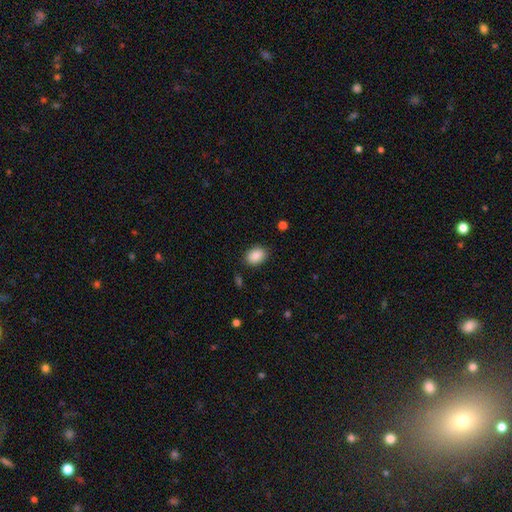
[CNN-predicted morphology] A smooth galaxy with no disk features (89%) that is in between round and cigar-shaped (75%). Merging: none (86%).